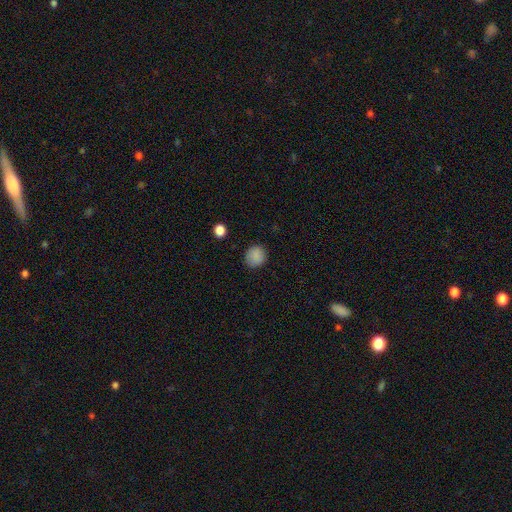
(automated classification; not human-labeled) Smooth or featured? smooth (87%)
How rounded? round (85%)
Merging? none (86%)